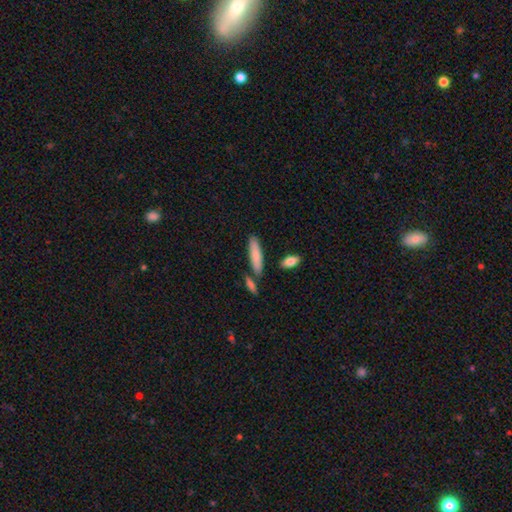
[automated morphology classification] smooth_or_featured: smooth (p=0.81) [alt: featured or disk p=0.13]
how_rounded: cigar-shaped (p=0.67) [alt: in between p=0.31]
merging: none (p=0.76) [alt: minor disturbance p=0.12]